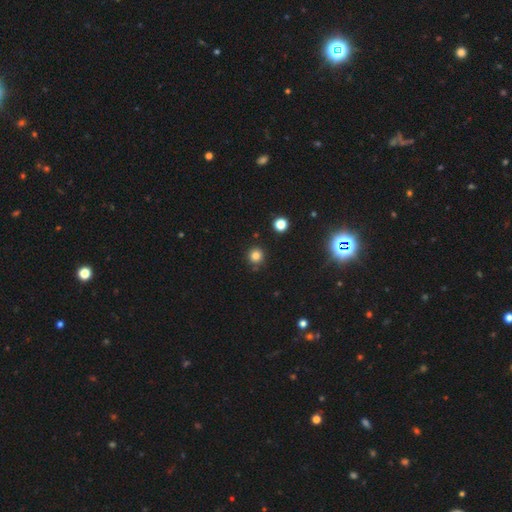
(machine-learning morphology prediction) A smooth galaxy with no disk features (80%) that is round (94%).

Vote fractions:
- Smooth or featured? smooth: 80% / star or artifact: 15% / featured or disk: 5%
- How rounded? round: 94% / in between: 5% / cigar-shaped: 1%
- Merging? none: 86% / minor disturbance: 8% / merger: 4% / major disturbance: 2%